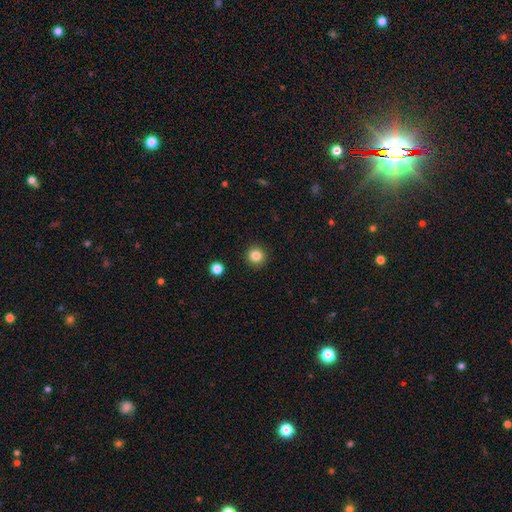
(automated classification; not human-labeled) This appears to be a smooth galaxy with no disk features (84%) that is round (94%). Merging: none (92%).